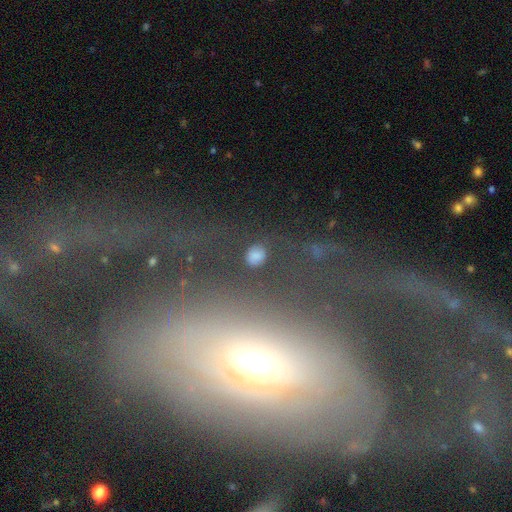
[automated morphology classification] Smooth or featured? smooth (72%)
How rounded? round (56%)
Merging? none (76%)